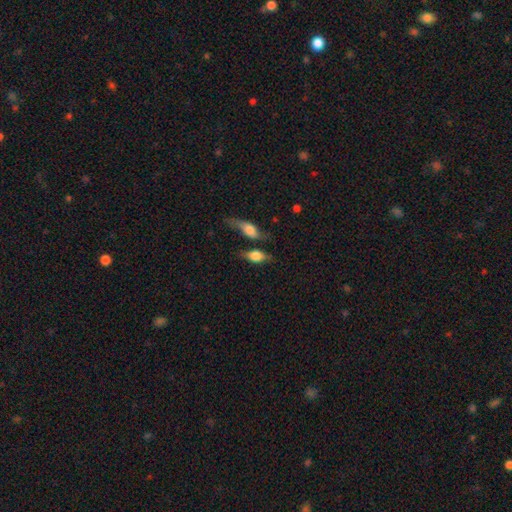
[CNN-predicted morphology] Overall: smooth (62%; featured or disk 29%). How rounded: in between (75%). Merging: none (48%; merger 23%).